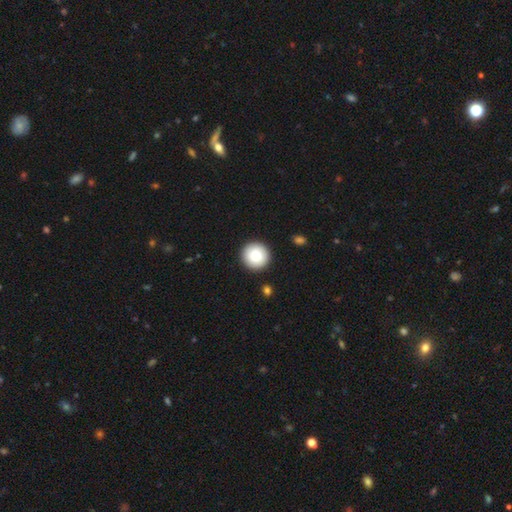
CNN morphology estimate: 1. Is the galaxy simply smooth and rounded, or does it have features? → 82% smooth, 11% featured or disk, 7% star or artifact.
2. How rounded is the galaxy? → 96% round, 3% in between, 1% cigar-shaped.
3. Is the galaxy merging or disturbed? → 92% none, 5% minor disturbance, 2% major disturbance, 1% merger.